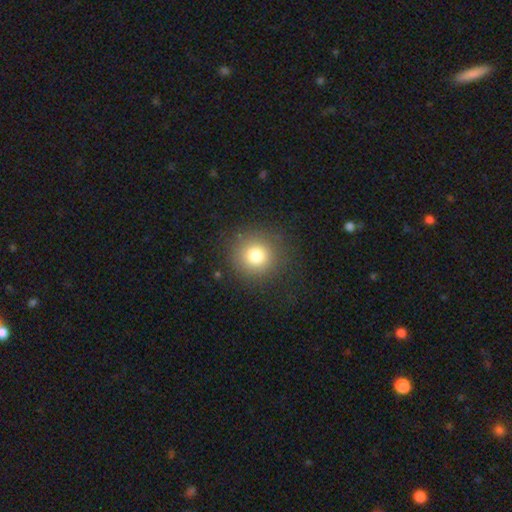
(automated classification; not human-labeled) This is likely a smooth galaxy (79%). How rounded: clearly round (94%). Merging: clearly none (87%).